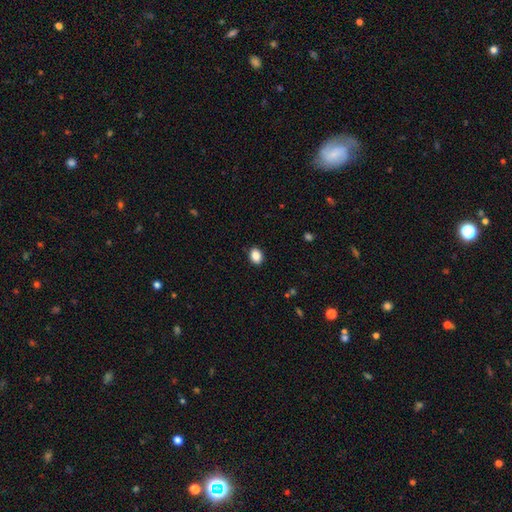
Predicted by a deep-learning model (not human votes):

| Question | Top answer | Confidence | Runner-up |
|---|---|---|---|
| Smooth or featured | smooth | 87% | star or artifact (9%) |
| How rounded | in between | 64% | round (35%) |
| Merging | none | 89% | minor disturbance (8%) |